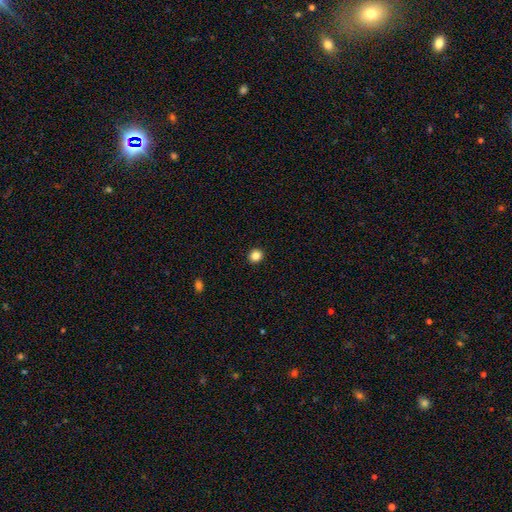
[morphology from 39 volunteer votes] Smooth or featured? smooth (90%)
How rounded? round (97%)
Merging? none (94%)